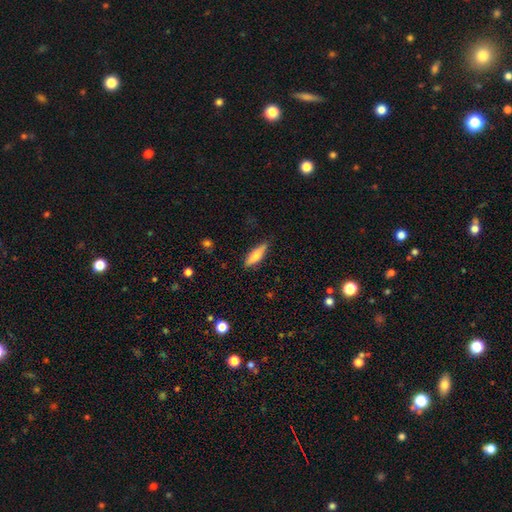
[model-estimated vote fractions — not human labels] Smooth or featured? Predicted: smooth (p=0.71). How rounded? Predicted: cigar-shaped (p=0.58). Merging? Predicted: none (p=0.82).